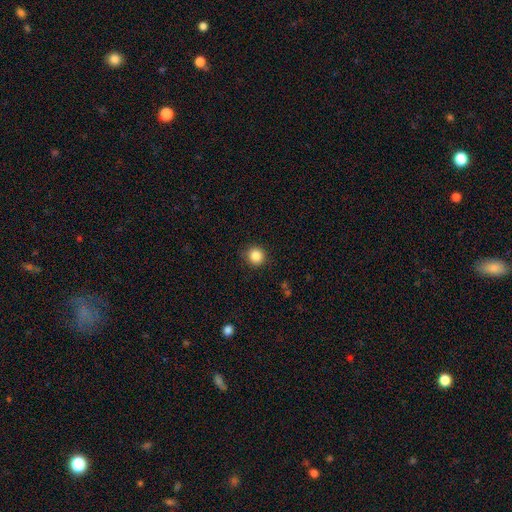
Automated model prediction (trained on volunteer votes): Q: Smooth or featured?
A: smooth (86%); runner-up: star or artifact (10%)
Q: How rounded?
A: round (93%); runner-up: in between (6%)
Q: Merging?
A: none (88%); runner-up: minor disturbance (8%)